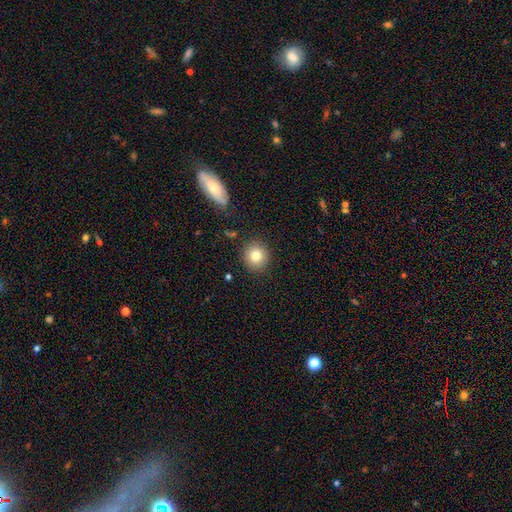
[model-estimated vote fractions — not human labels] A smooth galaxy with no disk features (80%) that is round (89%). Merging: none (88%).